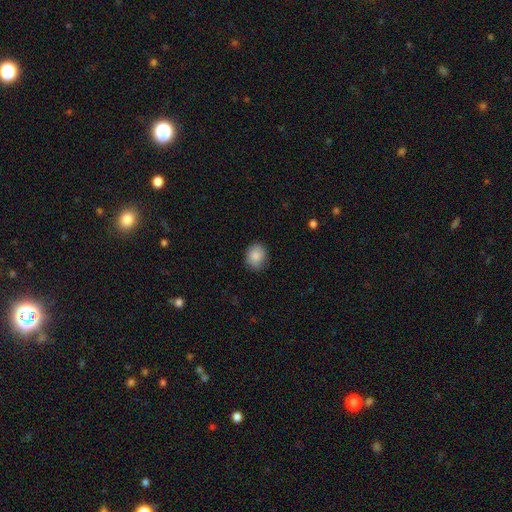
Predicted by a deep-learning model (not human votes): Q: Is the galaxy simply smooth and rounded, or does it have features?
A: smooth — 87%.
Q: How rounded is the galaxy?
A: round — 57%.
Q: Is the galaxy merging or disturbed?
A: none — 86%.